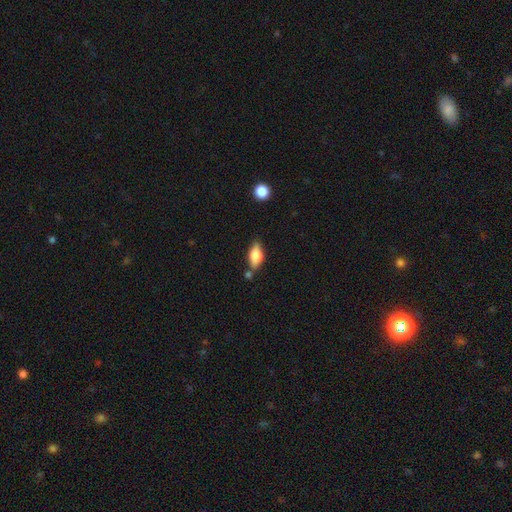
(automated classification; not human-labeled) This appears to be a smooth galaxy with no disk features (69%) that is in between round and cigar-shaped (83%). Merging: none (69%).